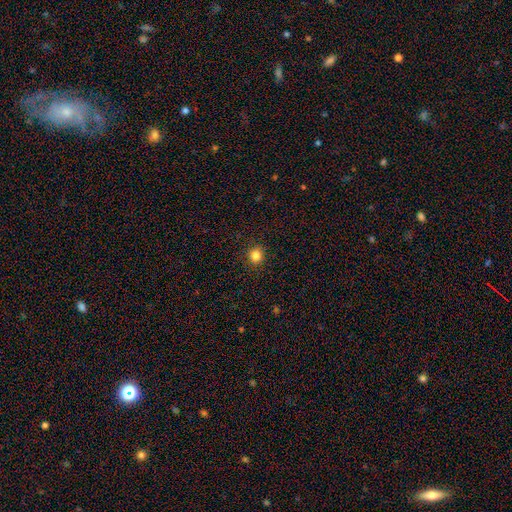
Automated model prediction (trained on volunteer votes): Smooth or featured? Predicted: smooth (p=0.83). How rounded? Predicted: round (p=0.91). Merging? Predicted: none (p=0.91).